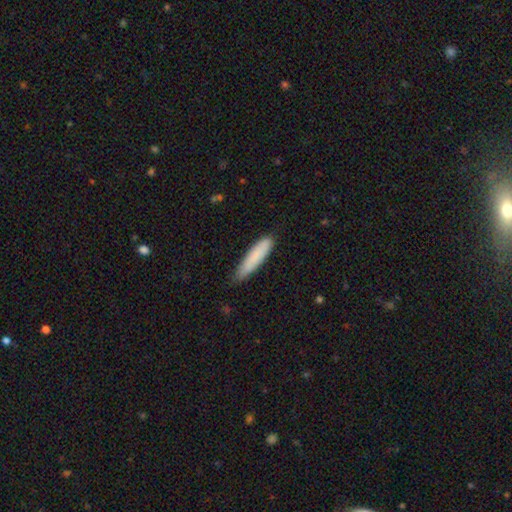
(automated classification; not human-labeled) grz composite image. It shows a smooth galaxy with no disk features (83%) that is cigar-shaped (82%). Merging: none (75%).